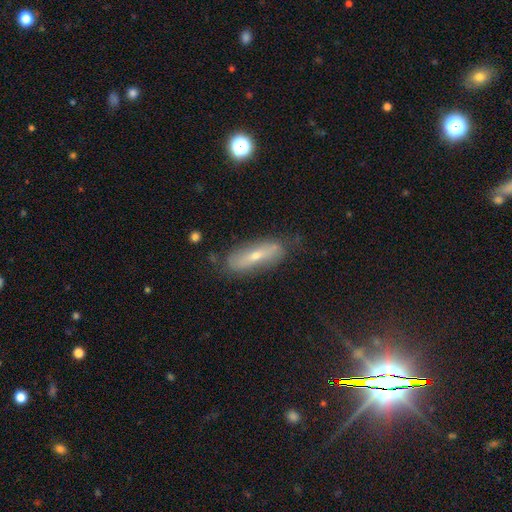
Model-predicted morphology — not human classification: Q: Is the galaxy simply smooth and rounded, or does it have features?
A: featured or disk — 55%.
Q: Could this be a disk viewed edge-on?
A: no — 56%.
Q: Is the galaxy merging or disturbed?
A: none — 74%.